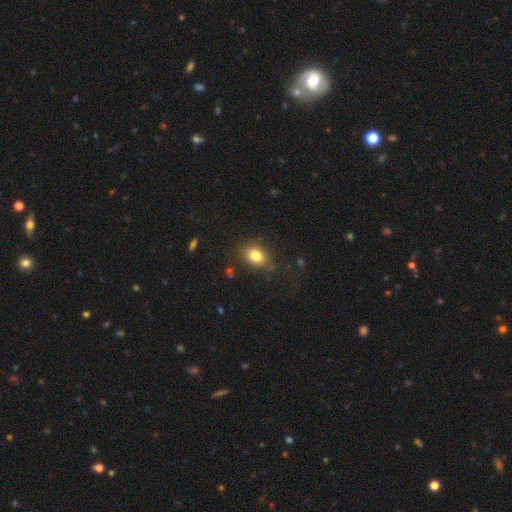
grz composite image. It shows a smooth galaxy with no disk features (85%) that is in between round and cigar-shaped (70%). Merging: none (78%).